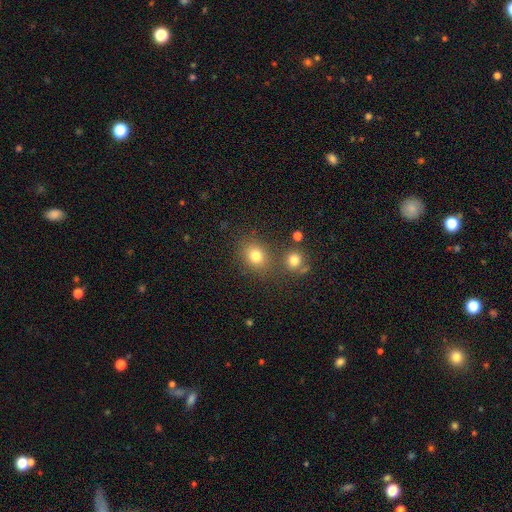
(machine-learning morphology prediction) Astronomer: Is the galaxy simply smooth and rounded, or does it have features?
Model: smooth — 79%.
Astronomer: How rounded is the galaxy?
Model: round — 62% (runner-up: in between, 37%).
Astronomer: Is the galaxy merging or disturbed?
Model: none — 72%.